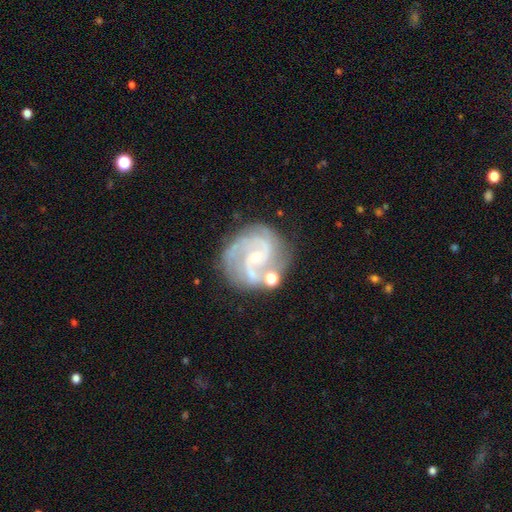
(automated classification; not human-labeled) Smooth or featured? featured or disk (87%)
Edge-on disk? no (98%)
Bar? no (48%)
Spiral arms? yes (97%)
Spiral winding? medium (49%)
Spiral arm count? 2 (57%)
Bulge size? small (74%)
Merging? none (63%)